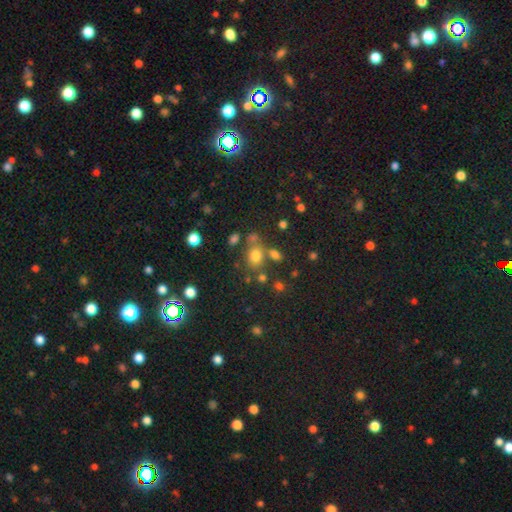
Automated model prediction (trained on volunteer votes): smooth-or-featured: smooth: 72% | star or artifact: 18% | featured or disk: 10%
  how-rounded: in between: 53% | round: 46% | cigar-shaped: 1%
  merging: none: 61% | merger: 18% | minor disturbance: 14% | major disturbance: 7%